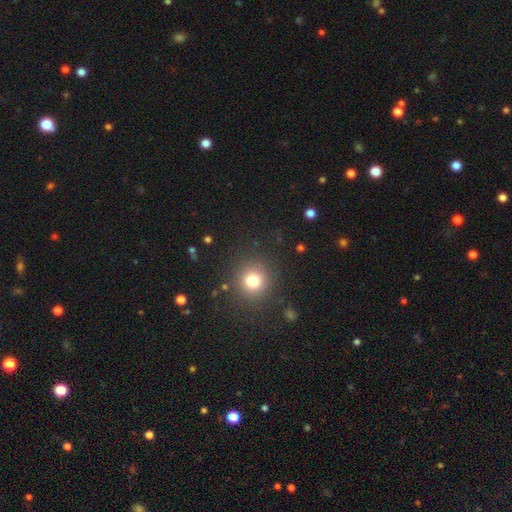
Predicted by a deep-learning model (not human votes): Smooth or featured? Predicted: smooth (p=0.58). How rounded? Predicted: round (p=0.94). Merging? Predicted: none (p=0.90).